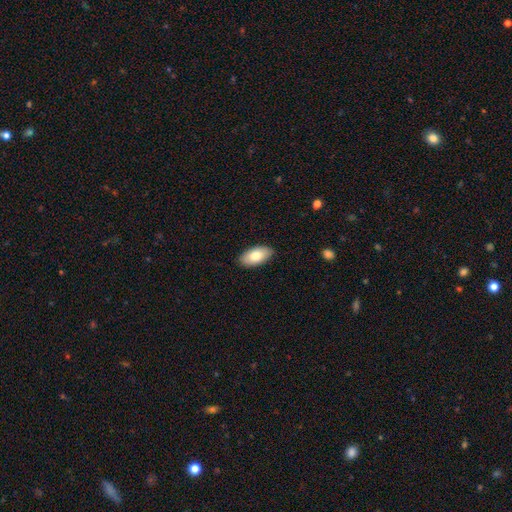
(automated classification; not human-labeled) smooth 80%, featured or disk 14%, star or artifact 6%. Down the decision tree: how rounded — in between (94%); merging — none (88%).